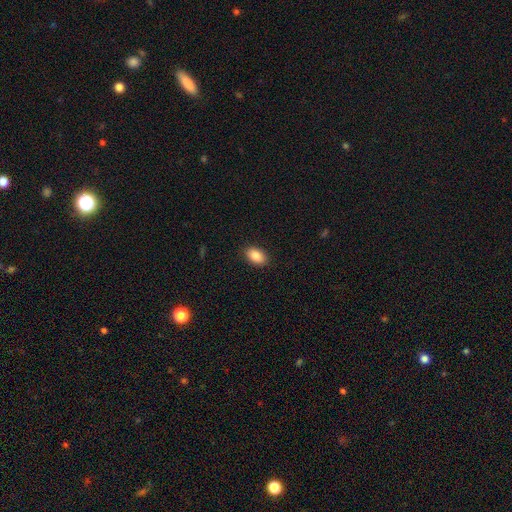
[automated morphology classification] smooth_or_featured: smooth (p=0.88) [alt: star or artifact p=0.07]
how_rounded: in between (p=0.89) [alt: round p=0.10]
merging: none (p=0.89) [alt: minor disturbance p=0.08]